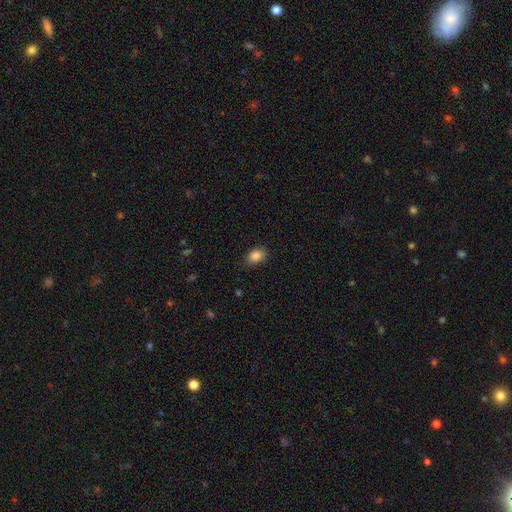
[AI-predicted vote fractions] smooth 86%, star or artifact 9%, featured or disk 5%. Down the decision tree: how rounded — in between (78%); merging — none (83%).